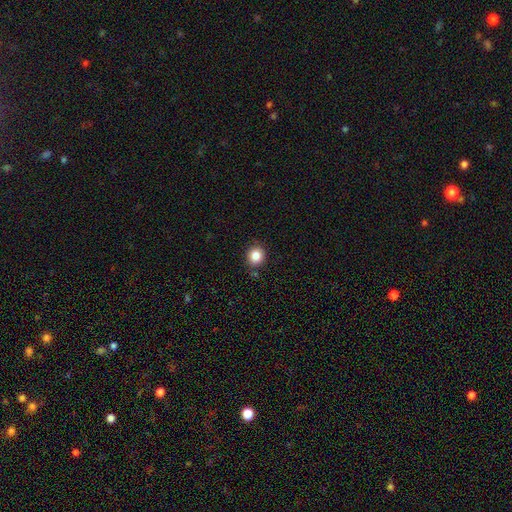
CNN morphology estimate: smooth 84%, star or artifact 11%, featured or disk 5%. Down the decision tree: how rounded — round (85%); merging — none (85%).